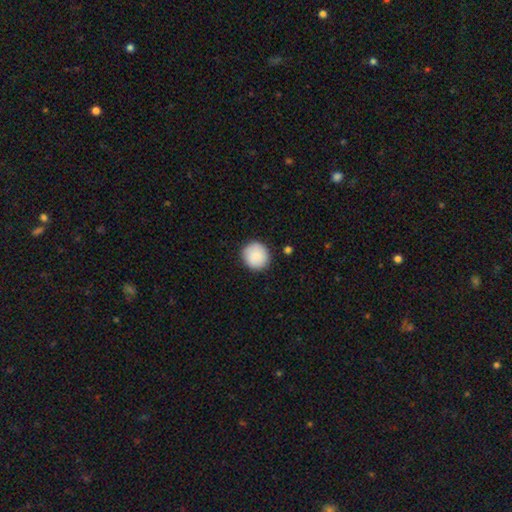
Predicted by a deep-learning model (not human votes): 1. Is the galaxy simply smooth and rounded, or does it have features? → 88% smooth, 6% star or artifact, 6% featured or disk.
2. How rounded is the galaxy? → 93% round, 6% in between, 1% cigar-shaped.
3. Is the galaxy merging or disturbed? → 89% none, 8% minor disturbance, 2% major disturbance, 1% merger.